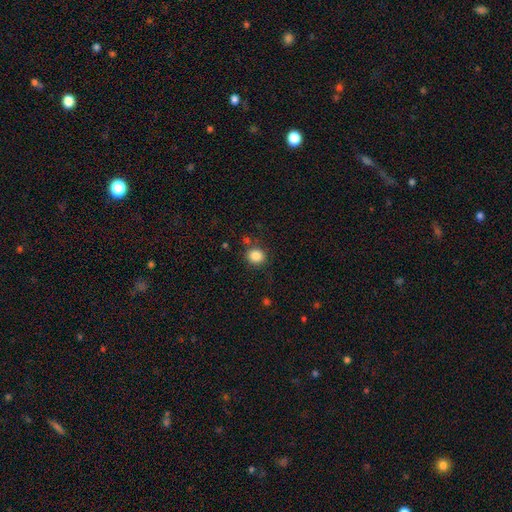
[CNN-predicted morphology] Smooth or featured? Predicted: smooth (p=0.85). How rounded? Predicted: round (p=0.80). Merging? Predicted: none (p=0.82).